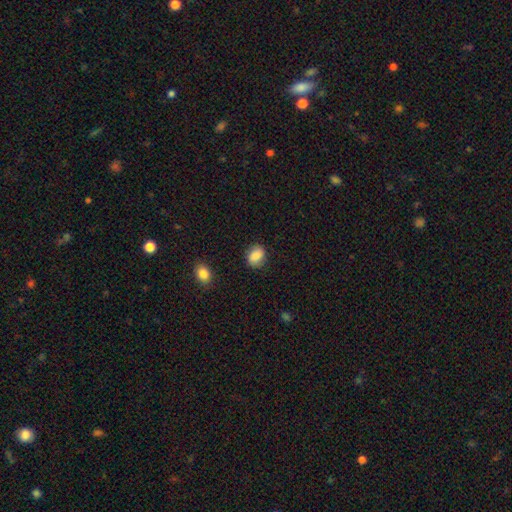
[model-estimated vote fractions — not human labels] Morphology: type=smooth (82%); roundness=round (51%); merging=none (80%).